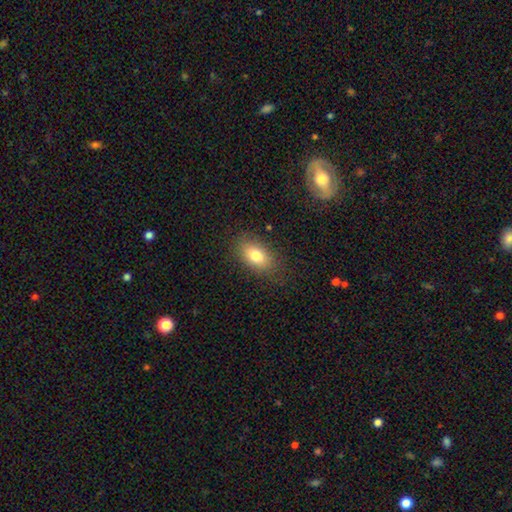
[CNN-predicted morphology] Smooth or featured? smooth (79%)
How rounded? in between (88%)
Merging? none (83%)